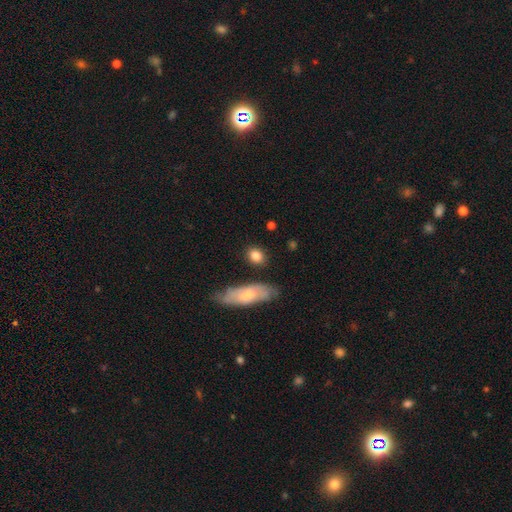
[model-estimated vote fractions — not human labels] smooth_or_featured: smooth (p=0.83) [alt: featured or disk p=0.10]
how_rounded: in between (p=0.51) [alt: round p=0.42]
merging: none (p=0.79) [alt: minor disturbance p=0.12]